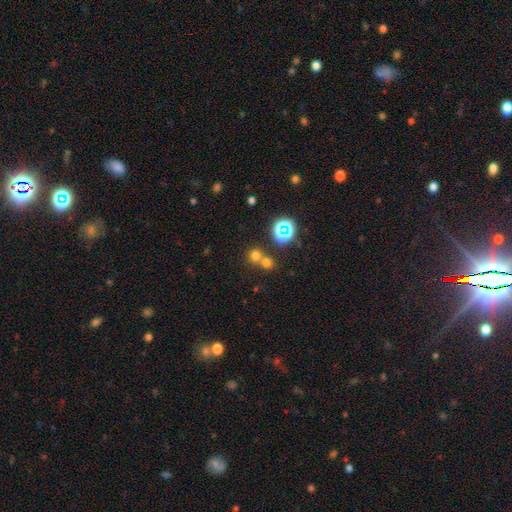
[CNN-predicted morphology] This appears to be a smooth galaxy with no disk features (64%) that is round (89%). Merging: none (53%).